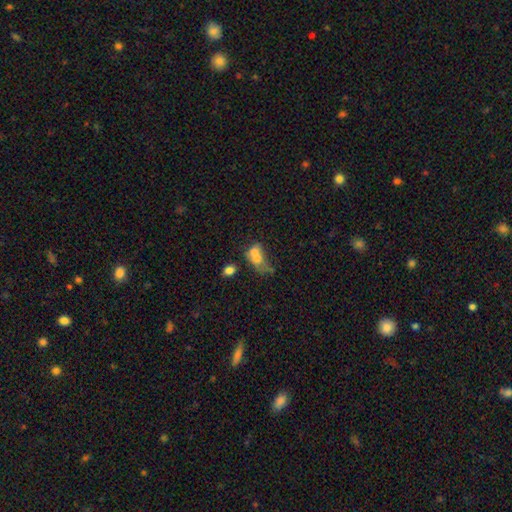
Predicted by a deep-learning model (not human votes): Overall: smooth (63%; featured or disk 25%). How rounded: in between (69%). Merging: merger (58%).